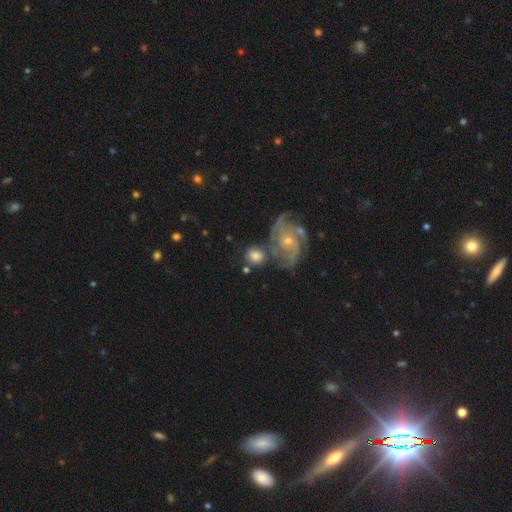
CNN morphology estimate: Smooth or featured: smooth — 52% (featured or disk — 40%)
How rounded: round — 74% (in between — 24%)
Merging: none — 55% (merger — 23%)